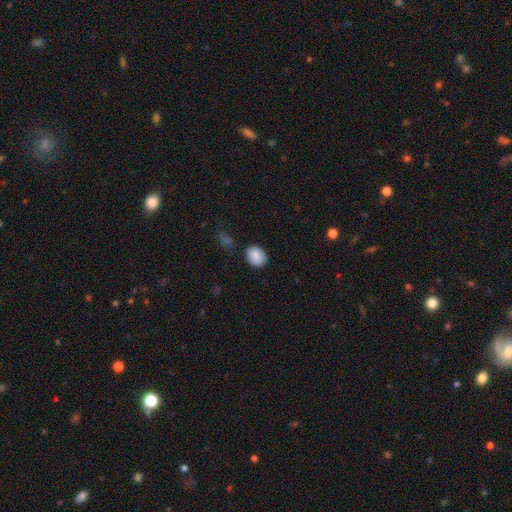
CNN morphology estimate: type=smooth (88%); roundness=in between (50%); merging=none (83%).